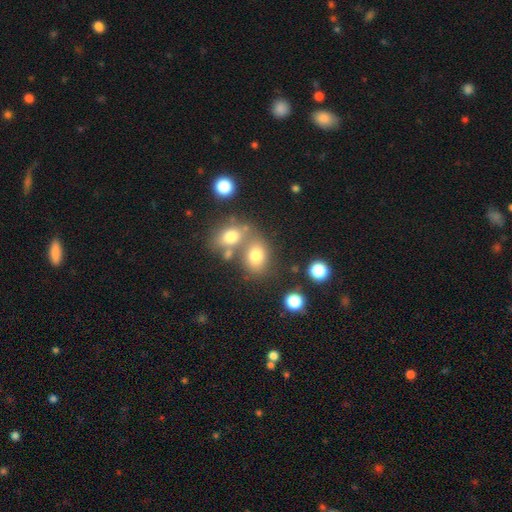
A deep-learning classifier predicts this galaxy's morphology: type=smooth (76%); roundness=in between (54%); merging=none (48%).